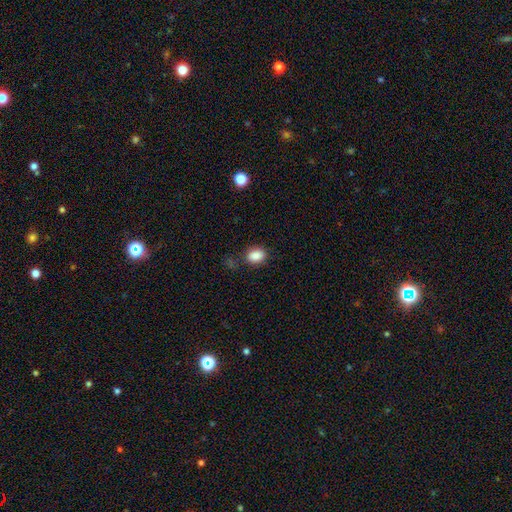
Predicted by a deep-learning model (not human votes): Smooth or featured? Predicted: smooth (p=0.87). How rounded? Predicted: in between (p=0.66). Merging? Predicted: none (p=0.78).